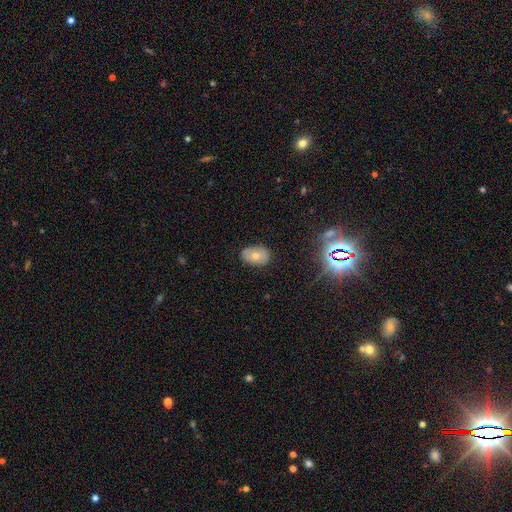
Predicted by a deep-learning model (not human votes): Smooth or featured: smooth — 54% (featured or disk — 26%)
How rounded: in between — 79% (round — 20%)
Merging: none — 82% (minor disturbance — 14%)